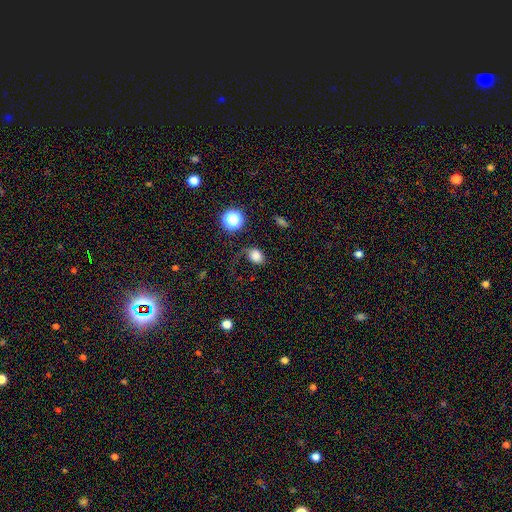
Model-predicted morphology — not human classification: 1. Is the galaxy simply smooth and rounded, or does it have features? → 77% smooth, 13% star or artifact, 10% featured or disk.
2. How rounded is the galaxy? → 53% in between, 46% round, 1% cigar-shaped.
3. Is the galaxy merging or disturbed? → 43% none, 29% major disturbance, 24% minor disturbance, 4% merger.